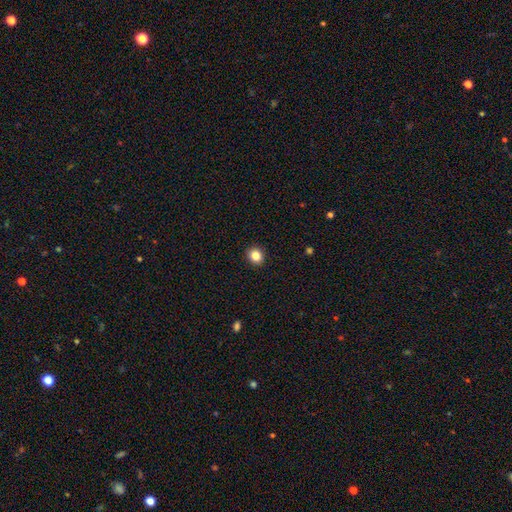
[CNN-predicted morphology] Overall: smooth (84%). How rounded: round (78%). Merging: none (92%).